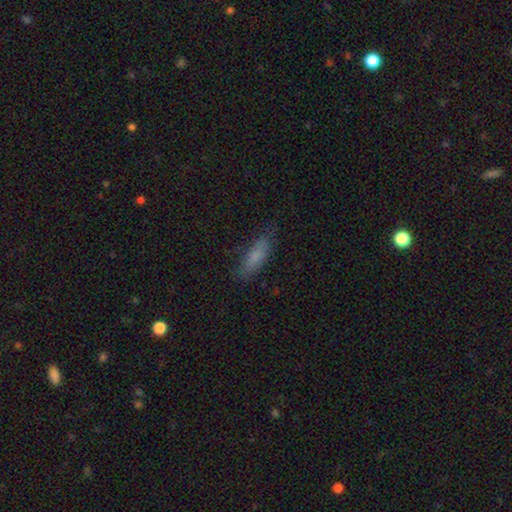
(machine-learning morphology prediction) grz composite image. It shows a smooth galaxy with no disk features (77%) that is cigar-shaped (50%). Merging: none (76%).